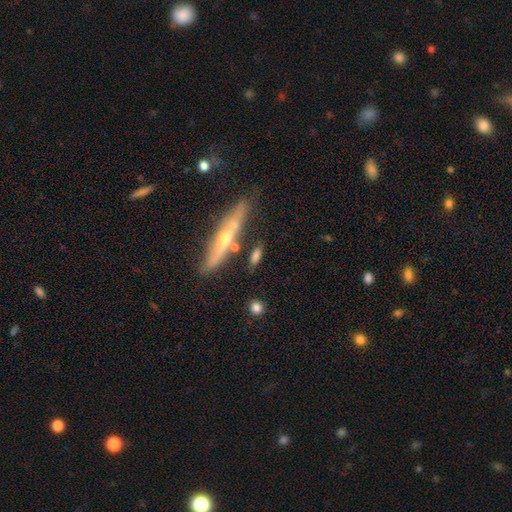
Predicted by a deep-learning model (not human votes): This appears to be a smooth galaxy with no disk features (61%) that is cigar-shaped (50%). Merging: none (67%).